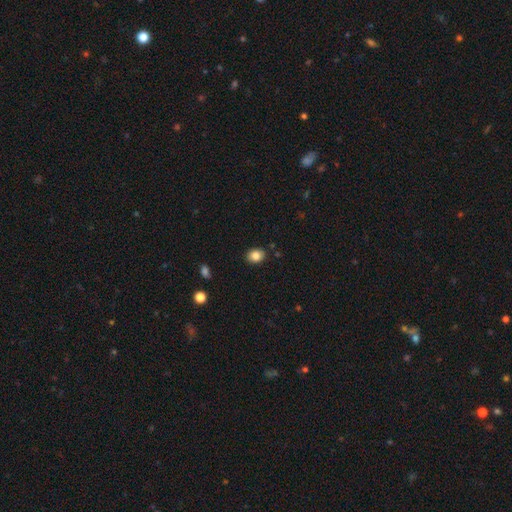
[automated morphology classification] smooth_or_featured: smooth (p=0.84) [alt: star or artifact p=0.09]
how_rounded: in between (p=0.58) [alt: round p=0.41]
merging: none (p=0.87) [alt: minor disturbance p=0.09]